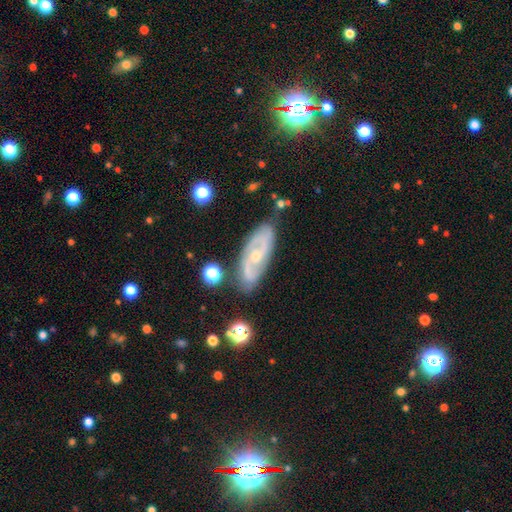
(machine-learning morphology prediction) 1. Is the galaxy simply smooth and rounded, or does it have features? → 78% featured or disk, 15% smooth, 8% star or artifact.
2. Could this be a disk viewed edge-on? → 88% no, 12% yes.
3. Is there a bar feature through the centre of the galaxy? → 55% no, 33% weak, 12% strong.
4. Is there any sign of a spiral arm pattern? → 86% yes, 14% no.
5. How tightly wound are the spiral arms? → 41% medium, 40% tight, 19% loose.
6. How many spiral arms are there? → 71% 2, 19% can't tell, 4% 3, 3% 1, 2% 4, 2% more than 4.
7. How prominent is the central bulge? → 60% small, 36% moderate, 2% none, 1% large, 1% dominant.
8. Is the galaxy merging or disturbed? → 79% none, 15% minor disturbance, 4% major disturbance, 3% merger.